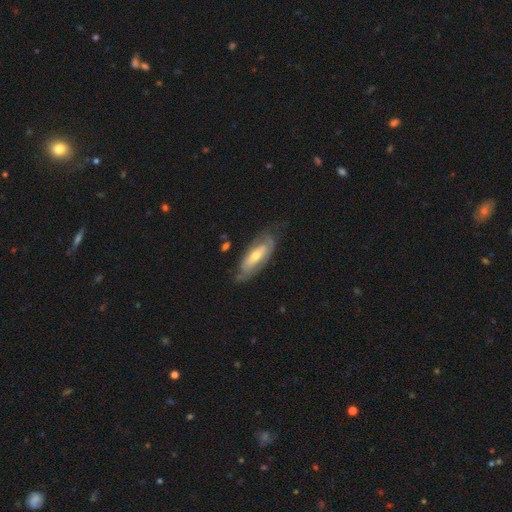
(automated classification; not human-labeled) Smooth or featured: featured or disk — 63% (smooth — 32%)
Edge-on disk: no — 80% (yes — 20%)
Bar: no — 51% (weak — 31%)
Spiral arms: yes — 67% (no — 33%)
Bulge size: moderate — 58% (small — 34%)
Merging: none — 64% (minor disturbance — 24%)